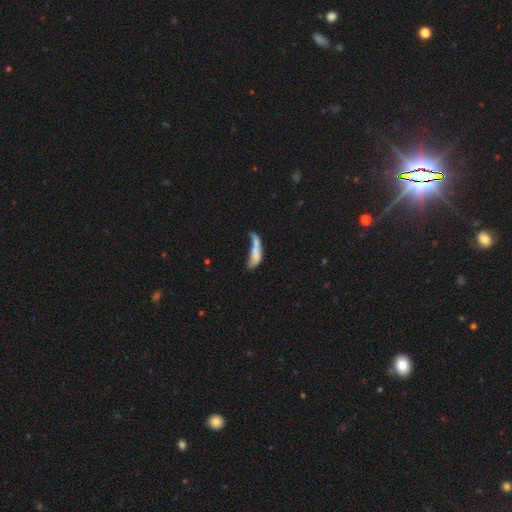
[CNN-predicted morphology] The model was most divided on "merging": merger: 35%, none: 27%, major disturbance: 22%, minor disturbance: 16%. More confident: how rounded — cigar-shaped (67%); smooth or featured — smooth (54%).